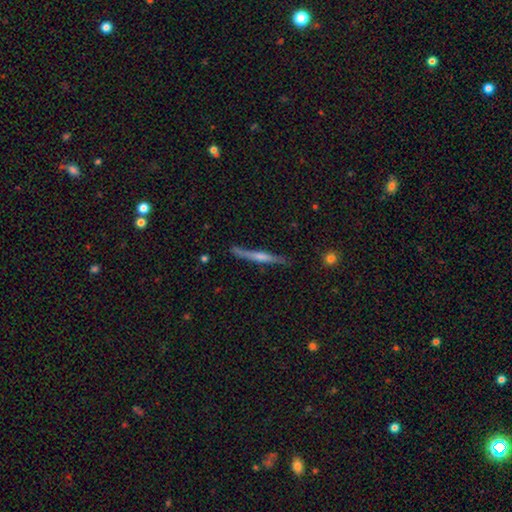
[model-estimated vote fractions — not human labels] Morphology: type=featured or disk (69%); edge-on=yes (97%); edge-on bulge=rounded (63%); merging=none (82%).